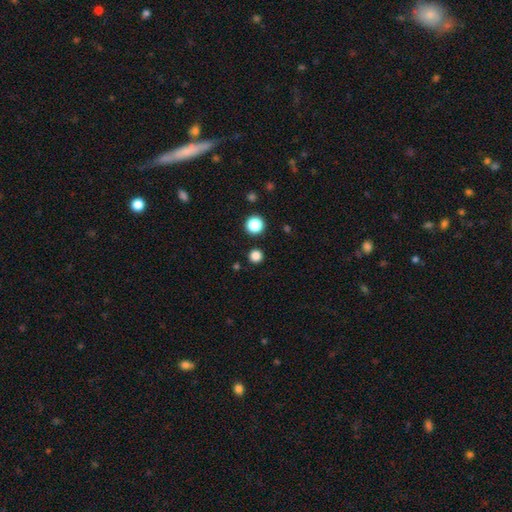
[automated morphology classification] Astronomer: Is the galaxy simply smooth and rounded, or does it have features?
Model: smooth — 82%.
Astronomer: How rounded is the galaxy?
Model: round — 95%.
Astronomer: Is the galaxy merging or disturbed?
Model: none — 90%.